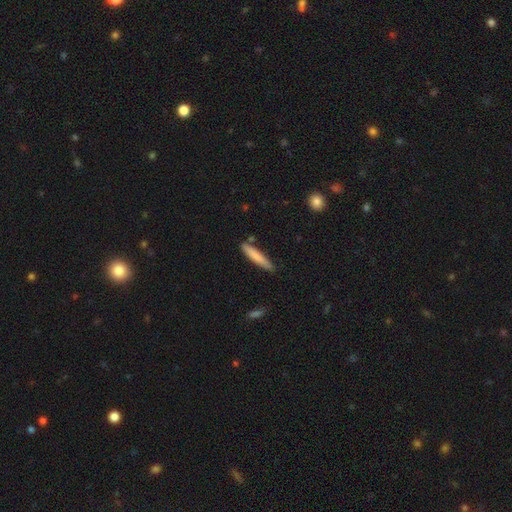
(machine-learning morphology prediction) The model was most divided on "smooth or featured": smooth: 78%, featured or disk: 16%, star or artifact: 5%. More confident: how rounded — cigar-shaped (91%); merging — none (80%).